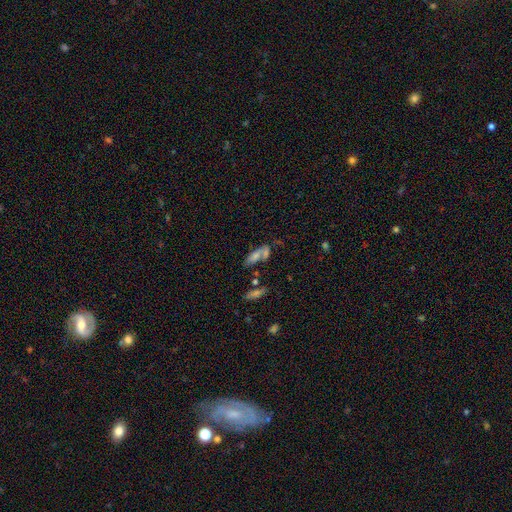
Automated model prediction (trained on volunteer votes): This appears to be a smooth galaxy with no disk features (65%) that is in between round and cigar-shaped (67%). Merging: none (39%).